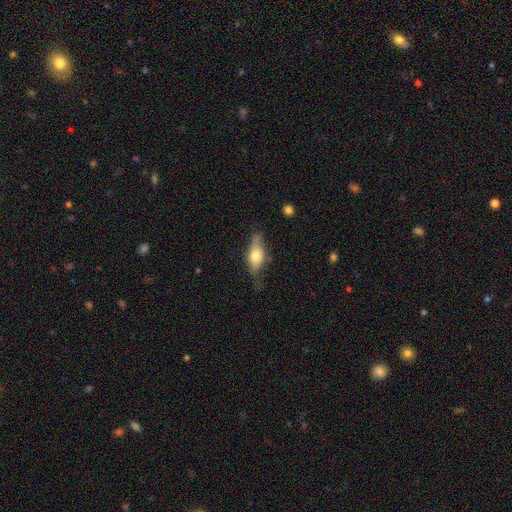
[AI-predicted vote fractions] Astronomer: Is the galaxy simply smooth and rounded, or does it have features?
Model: smooth — 57% (runner-up: featured or disk, 37%).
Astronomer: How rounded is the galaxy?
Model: in between — 71%.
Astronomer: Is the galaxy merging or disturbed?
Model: none — 54% (runner-up: minor disturbance, 32%).